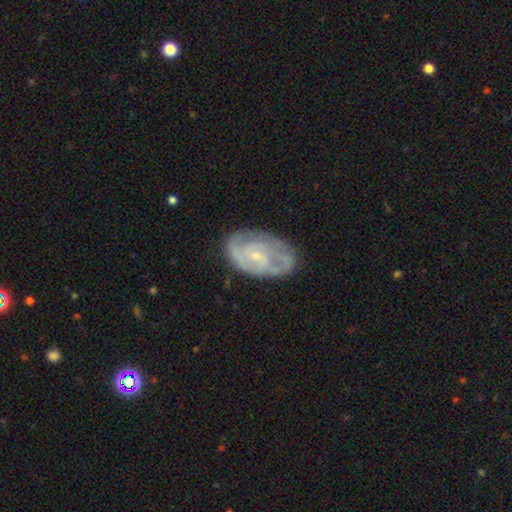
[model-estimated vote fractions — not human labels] smooth_or_featured: featured or disk (p=0.77) [alt: smooth p=0.17]
disk_edge_on: no (p=0.96) [alt: yes p=0.04]
bar: no (p=0.59) [alt: weak p=0.35]
has_spiral_arms: yes (p=0.88) [alt: no p=0.12]
spiral_winding: tight (p=0.53) [alt: medium p=0.36]
spiral_arm_count: 2 (p=0.40) [alt: can't tell p=0.32]
bulge_size: small (p=0.72) [alt: moderate p=0.19]
merging: none (p=0.70) [alt: minor disturbance p=0.21]